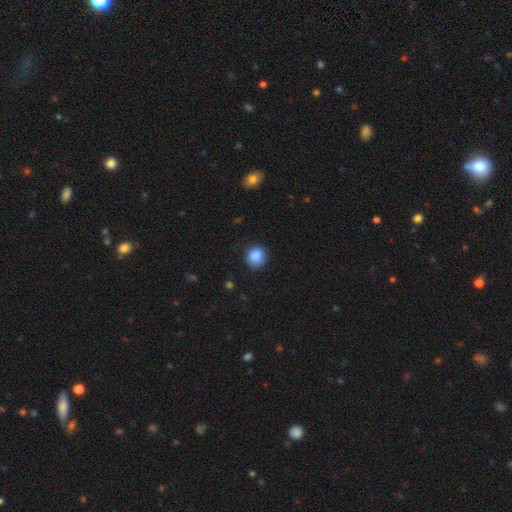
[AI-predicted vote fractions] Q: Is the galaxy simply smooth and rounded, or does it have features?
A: smooth — 87%.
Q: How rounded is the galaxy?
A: round — 81%.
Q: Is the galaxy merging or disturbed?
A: none — 81%.